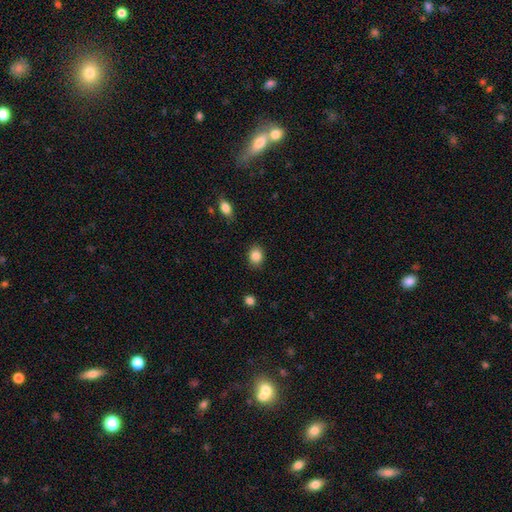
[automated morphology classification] Smooth or featured? smooth (86%)
How rounded? round (55%)
Merging? none (88%)